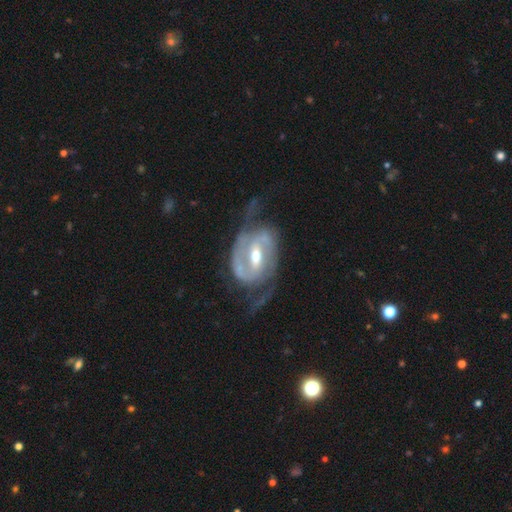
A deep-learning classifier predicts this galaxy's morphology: A featured or disk galaxy (89%) with a strong bar (50%), 2 (86%) medium (44%) spiral arms (91%) and a moderate central bulge (70%).

Vote fractions:
- Smooth or featured? featured or disk: 89% / smooth: 7% / star or artifact: 4%
- Edge-on disk? no: 96% / yes: 4%
- Bar? strong: 50% / weak: 36% / no: 14%
- Spiral arms? yes: 91% / no: 9%
- Spiral winding? medium: 44% / loose: 29% / tight: 27%
- Spiral arm count? 2: 86% / can't tell: 6% / 1: 3% / 3: 2% / 4: 1% / more than 4: 1%
- Bulge size? moderate: 70% / small: 23% / large: 5% / none: 1% / dominant: 1%
- Merging? none: 56% / major disturbance: 22% / minor disturbance: 19% / merger: 3%